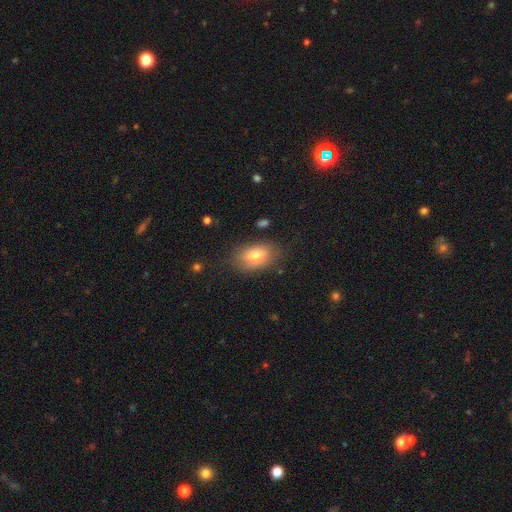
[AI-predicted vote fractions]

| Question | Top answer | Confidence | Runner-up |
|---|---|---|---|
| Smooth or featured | smooth | 74% | featured or disk (18%) |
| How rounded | in between | 89% | round (8%) |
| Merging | none | 76% | minor disturbance (17%) |